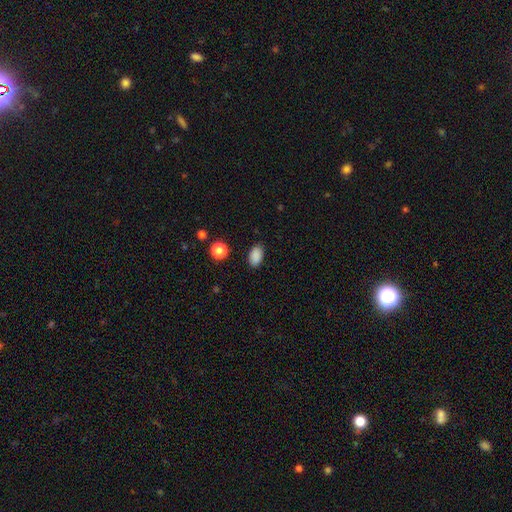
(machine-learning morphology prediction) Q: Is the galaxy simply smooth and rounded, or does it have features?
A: smooth — 87%.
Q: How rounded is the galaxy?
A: in between — 90%.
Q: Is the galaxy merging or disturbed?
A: none — 87%.